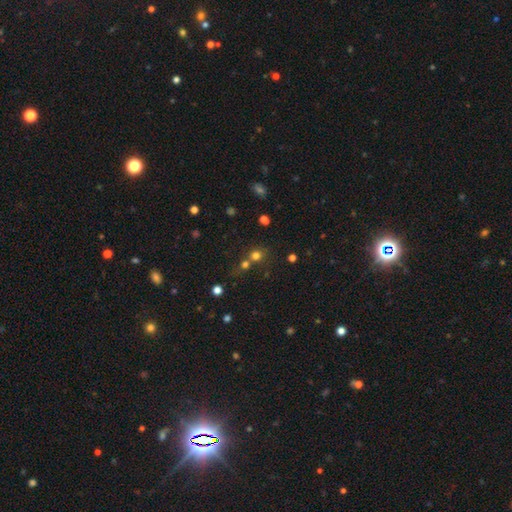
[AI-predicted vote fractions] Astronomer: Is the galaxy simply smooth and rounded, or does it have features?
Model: smooth — 68%.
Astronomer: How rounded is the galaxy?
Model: round — 84%.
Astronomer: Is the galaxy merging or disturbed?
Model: none — 52% (runner-up: merger, 37%).